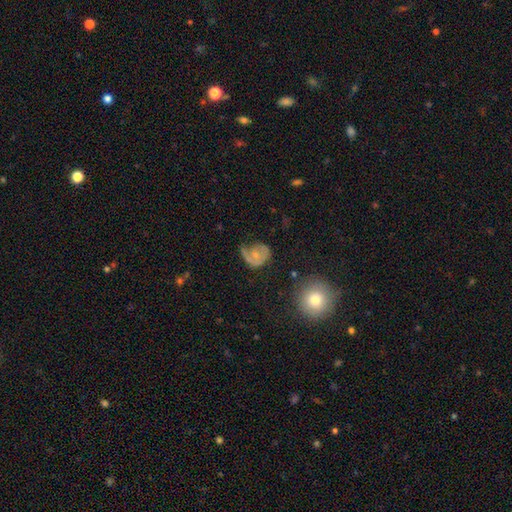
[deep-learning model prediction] Smooth or featured? Predicted: featured or disk (p=0.49). Merging? Predicted: major disturbance (p=0.36).